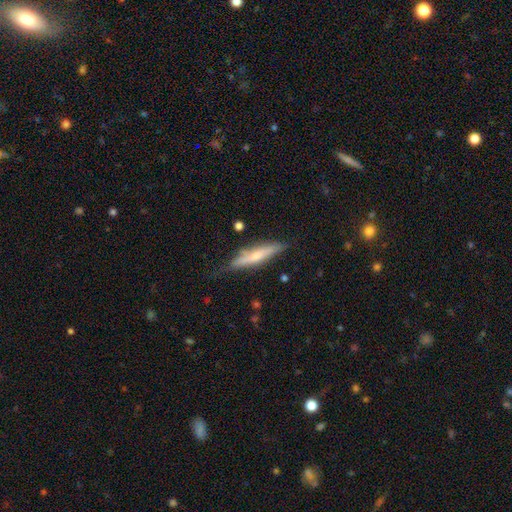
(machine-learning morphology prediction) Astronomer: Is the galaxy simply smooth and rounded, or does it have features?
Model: featured or disk — 47%, tied with smooth at 47%.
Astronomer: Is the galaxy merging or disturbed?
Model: none — 71%.